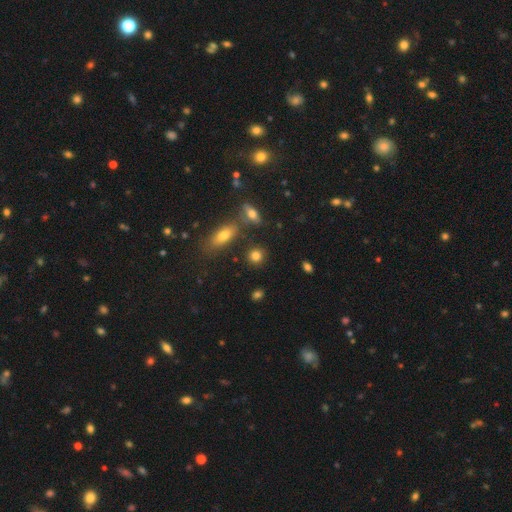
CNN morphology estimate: smooth_or_featured: smooth (p=0.81) [alt: star or artifact p=0.11]
how_rounded: round (p=0.80) [alt: in between p=0.17]
merging: none (p=0.80) [alt: minor disturbance p=0.09]